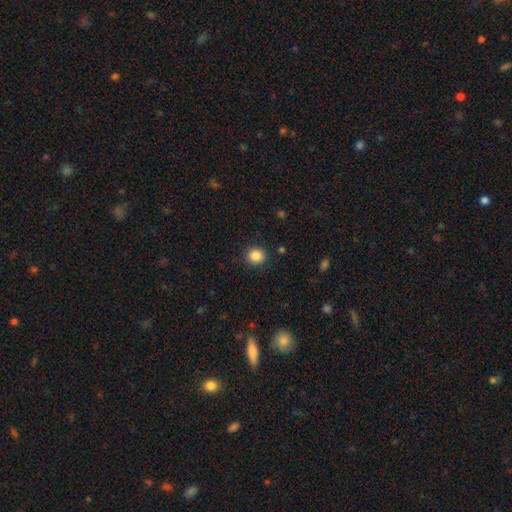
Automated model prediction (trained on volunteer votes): The model was most divided on "how rounded": round: 86%, in between: 13%, cigar-shaped: 1%. More confident: merging — none (90%); smooth or featured — smooth (86%).